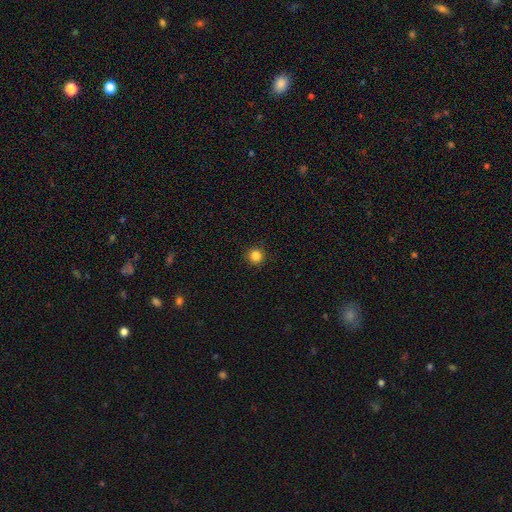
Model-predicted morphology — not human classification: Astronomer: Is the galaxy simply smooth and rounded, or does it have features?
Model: smooth — 84%.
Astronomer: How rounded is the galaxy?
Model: round — 96%.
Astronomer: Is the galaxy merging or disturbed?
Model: none — 93%.